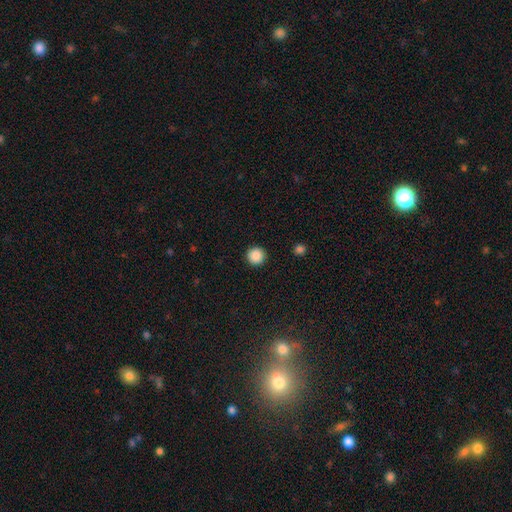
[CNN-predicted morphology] Smooth or featured? smooth (88%)
How rounded? round (96%)
Merging? none (93%)